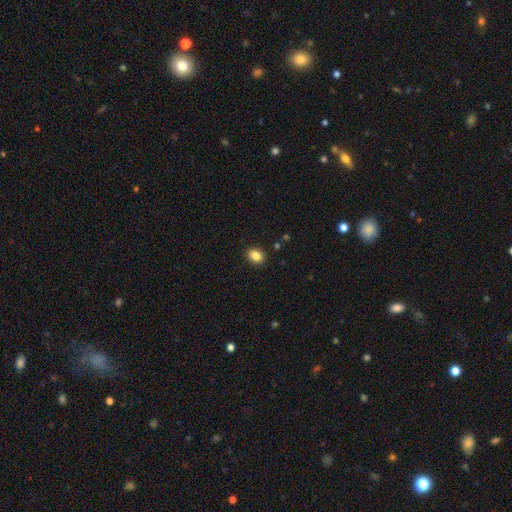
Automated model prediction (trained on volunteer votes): Smooth or featured? Predicted: smooth (p=0.85). How rounded? Predicted: in between (p=0.55). Merging? Predicted: none (p=0.90).